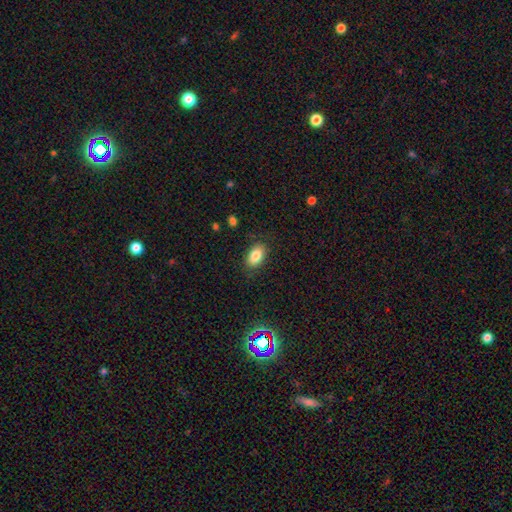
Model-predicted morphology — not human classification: This is clearly a smooth galaxy (84%). How rounded: clearly in between (91%). Merging: clearly none (84%).